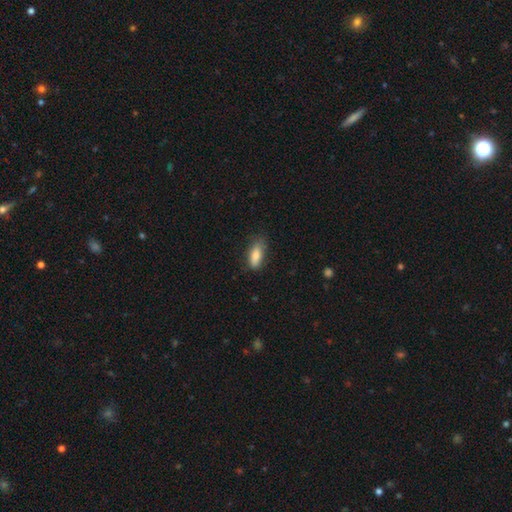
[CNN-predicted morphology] smooth 84%, featured or disk 8%, star or artifact 7%. Down the decision tree: how rounded — in between (76%); merging — none (66%).